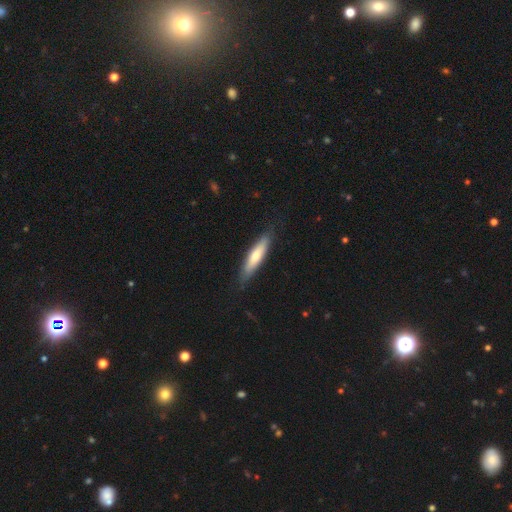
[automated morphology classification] The model was most divided on "smooth or featured": smooth: 59%, featured or disk: 36%, star or artifact: 5%. More confident: merging — none (83%); how rounded — cigar-shaped (79%).